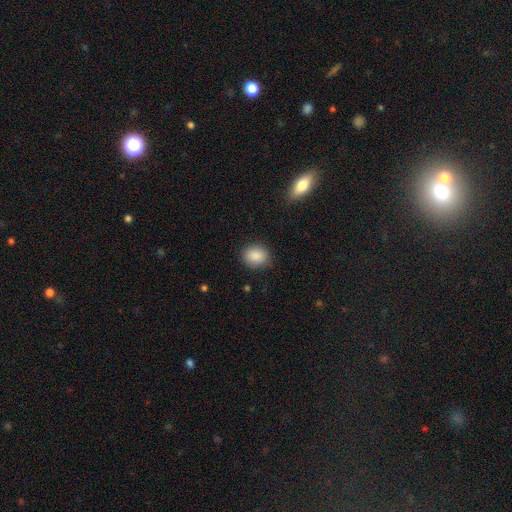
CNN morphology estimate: The model was most divided on "how rounded": round: 57%, in between: 42%, cigar-shaped: 1%. More confident: smooth or featured — smooth (88%); merging — none (85%).